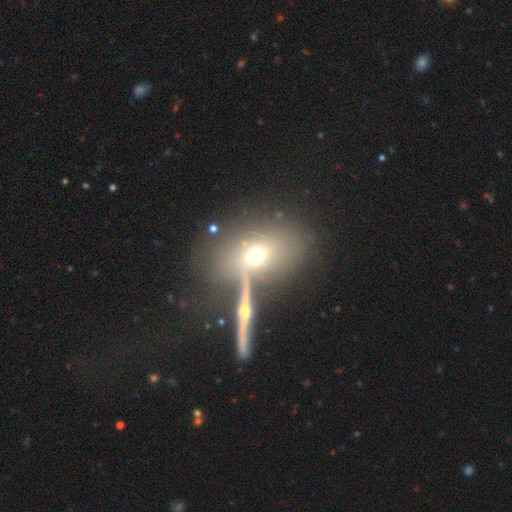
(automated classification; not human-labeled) Smooth or featured? smooth (52%)
How rounded? in between (64%)
Merging? none (54%)